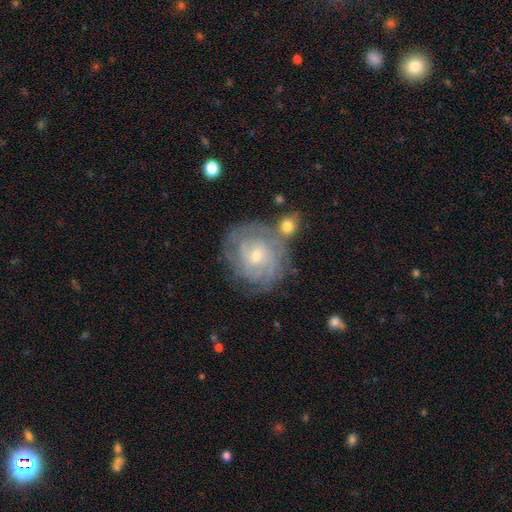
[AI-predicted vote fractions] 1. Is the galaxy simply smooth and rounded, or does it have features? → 81% featured or disk, 12% smooth, 7% star or artifact.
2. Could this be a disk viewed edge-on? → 97% no, 3% yes.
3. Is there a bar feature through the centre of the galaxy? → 63% no, 32% weak, 5% strong.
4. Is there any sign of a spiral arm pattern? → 94% yes, 6% no.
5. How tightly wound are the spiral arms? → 74% tight, 21% medium, 5% loose.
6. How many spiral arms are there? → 39% can't tell, 19% 3, 19% 4, 11% 2, 7% more than 4, 5% 1.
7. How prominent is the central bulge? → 61% small, 35% moderate, 1% large, 1% none, 1% dominant.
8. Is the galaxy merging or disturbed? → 66% none, 16% minor disturbance, 11% merger, 7% major disturbance.